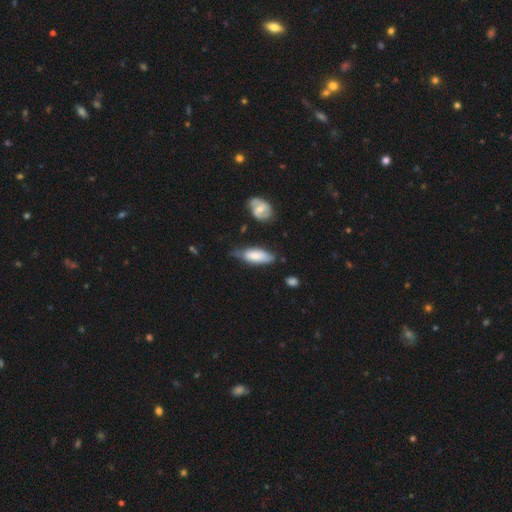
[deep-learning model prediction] Smooth or featured? Predicted: smooth (p=0.67). How rounded? Predicted: in between (p=0.70). Merging? Predicted: none (p=0.48).